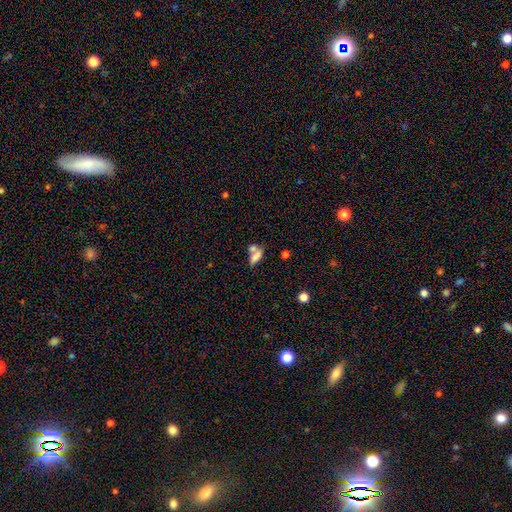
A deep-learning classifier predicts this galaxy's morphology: A smooth galaxy with no disk features (74%) that is in between round and cigar-shaped (77%).

Vote fractions:
- Smooth or featured? smooth: 74% / featured or disk: 16% / star or artifact: 10%
- How rounded? in between: 77% / cigar-shaped: 17% / round: 6%
- Merging? merger: 55% / none: 29% / minor disturbance: 10% / major disturbance: 6%